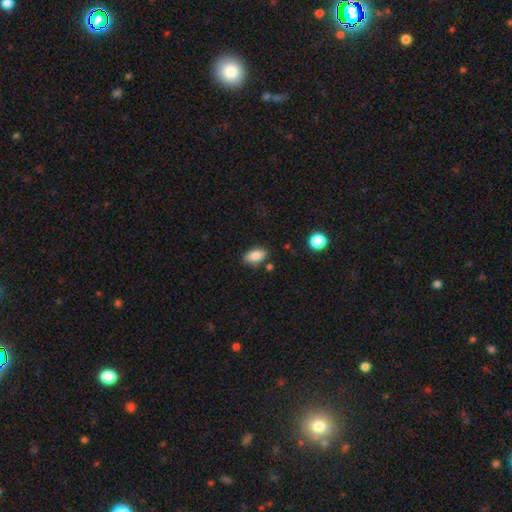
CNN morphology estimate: type=smooth (84%); roundness=in between (90%); merging=none (79%).